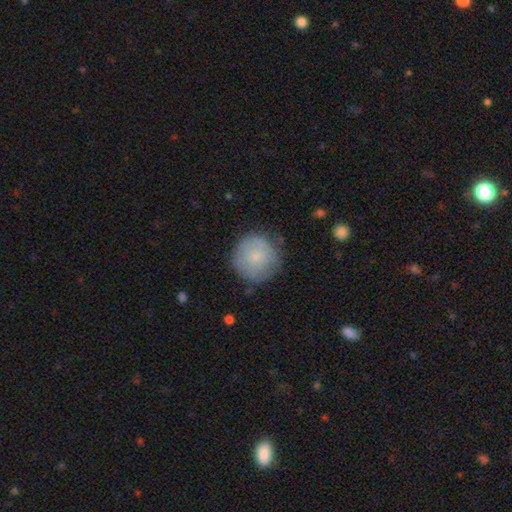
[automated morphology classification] smooth_or_featured: smooth (p=0.73) [alt: featured or disk p=0.20]
how_rounded: round (p=0.94) [alt: in between p=0.05]
merging: none (p=0.73) [alt: minor disturbance p=0.19]